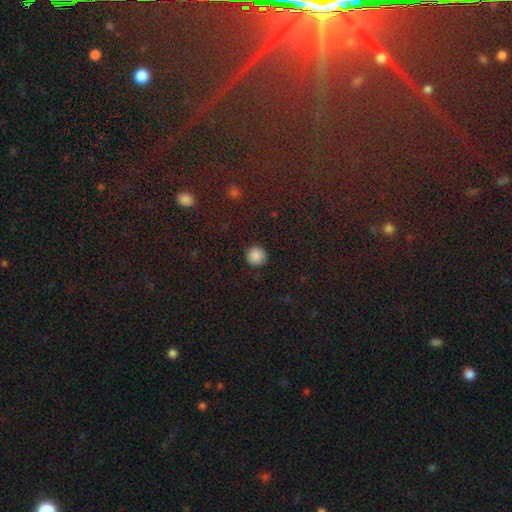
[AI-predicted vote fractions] Morphology: type=smooth (87%); roundness=round (95%); merging=none (91%).